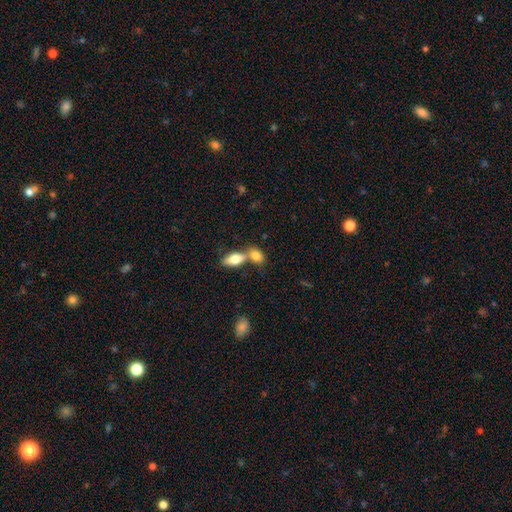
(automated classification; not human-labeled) Morphology: type=smooth (80%); roundness=in between (82%); merging=merger (56%).